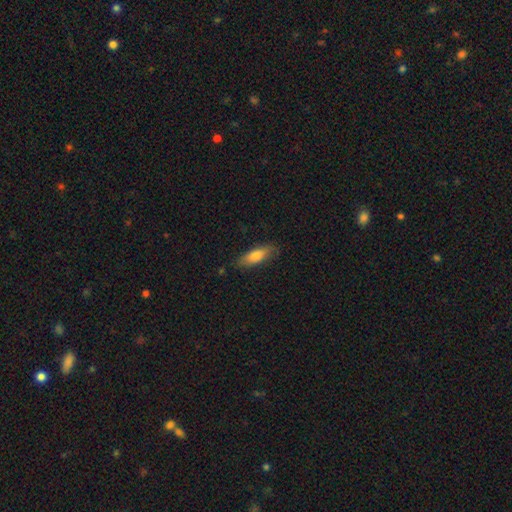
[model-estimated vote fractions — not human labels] Smooth or featured?
  - smooth: 78% *
  - featured or disk: 16%
  - star or artifact: 6%
How rounded?
  - in between: 61% *
  - cigar-shaped: 37%
  - round: 2%
Merging?
  - none: 80% *
  - minor disturbance: 16%
  - major disturbance: 3%
  - merger: 1%